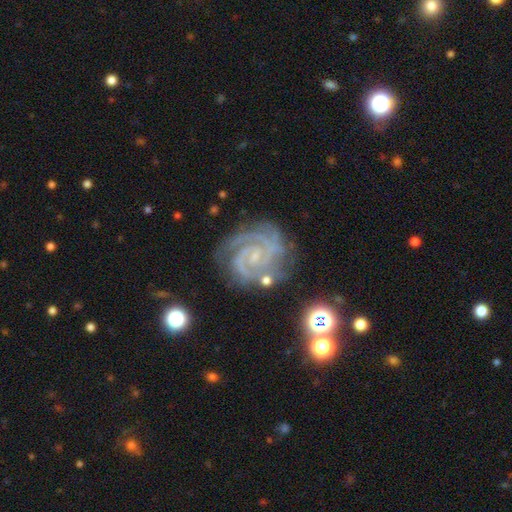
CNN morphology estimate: This is clearly a featured or disk galaxy (91%). It is clearly not viewed edge-on (98%). Bar: possibly no (52%). Spiral arm pattern: clearly yes (99%). Spiral arm count: possibly 2 (54%). Spiral winding: likely tight (70%). Central bulge: likely small (77%). Merging: likely none (73%).